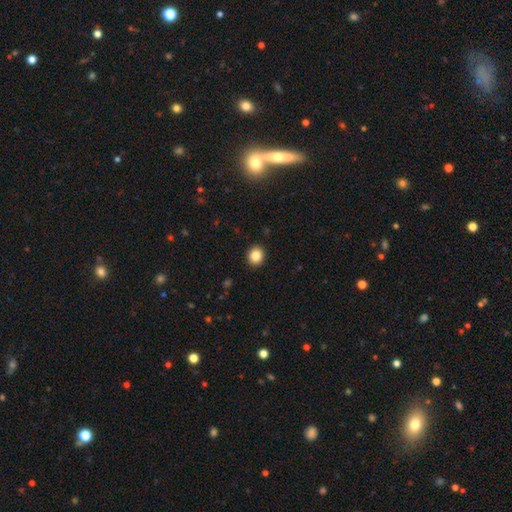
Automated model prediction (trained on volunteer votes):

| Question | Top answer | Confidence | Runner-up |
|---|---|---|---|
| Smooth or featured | smooth | 85% | star or artifact (10%) |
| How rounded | round | 84% | in between (15%) |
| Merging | none | 92% | minor disturbance (5%) |